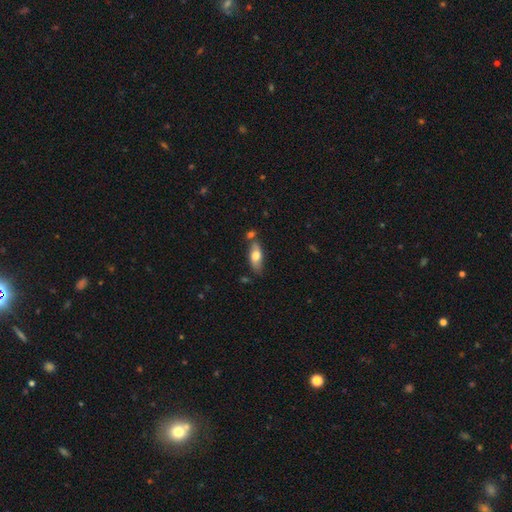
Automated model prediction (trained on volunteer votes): Smooth or featured: smooth — 68% (featured or disk — 26%)
How rounded: in between — 79% (cigar-shaped — 18%)
Merging: none — 67% (minor disturbance — 18%)